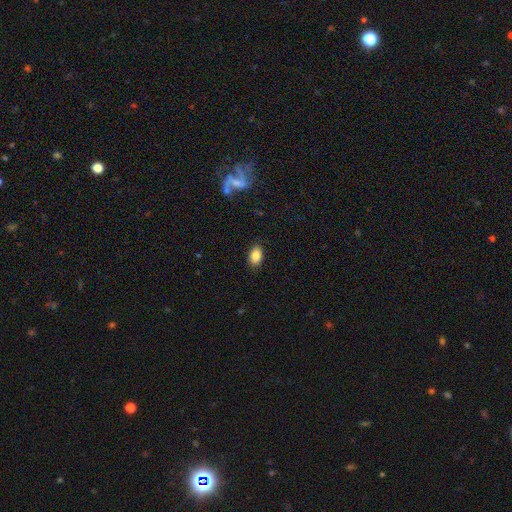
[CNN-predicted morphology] A smooth galaxy with no disk features (86%) that is in between round and cigar-shaped (88%).

Vote fractions:
- Smooth or featured? smooth: 86% / star or artifact: 8% / featured or disk: 6%
- How rounded? in between: 88% / round: 11% / cigar-shaped: 1%
- Merging? none: 87% / minor disturbance: 10% / major disturbance: 2% / merger: 1%